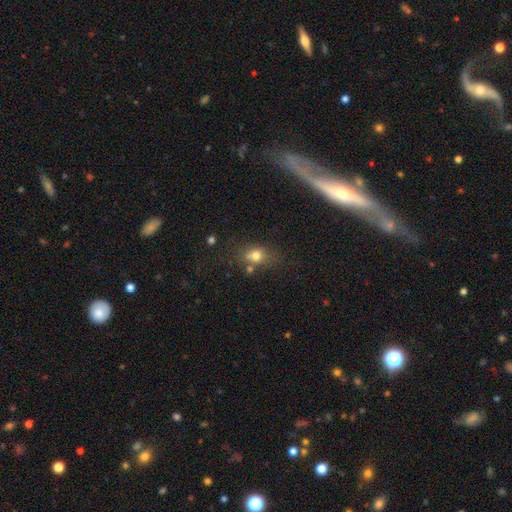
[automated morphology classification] Smooth or featured?
  - smooth: 72% *
  - star or artifact: 14%
  - featured or disk: 14%
How rounded?
  - in between: 52% *
  - round: 45%
  - cigar-shaped: 2%
Merging?
  - none: 56% *
  - merger: 19%
  - minor disturbance: 18%
  - major disturbance: 7%